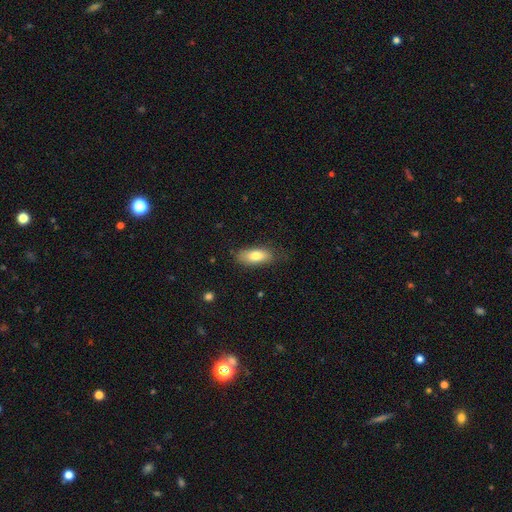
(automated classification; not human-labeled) Smooth or featured? Predicted: smooth (p=0.79). How rounded? Predicted: in between (p=0.80). Merging? Predicted: none (p=0.74).